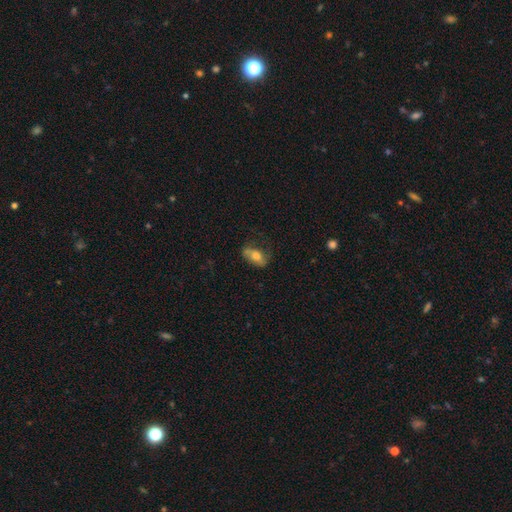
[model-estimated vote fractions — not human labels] A smooth galaxy with no disk features (67%) that is in between round and cigar-shaped (84%).

Vote fractions:
- Smooth or featured? smooth: 67% / featured or disk: 25% / star or artifact: 8%
- How rounded? in between: 84% / cigar-shaped: 8% / round: 8%
- Merging? none: 53% / minor disturbance: 28% / major disturbance: 15% / merger: 4%